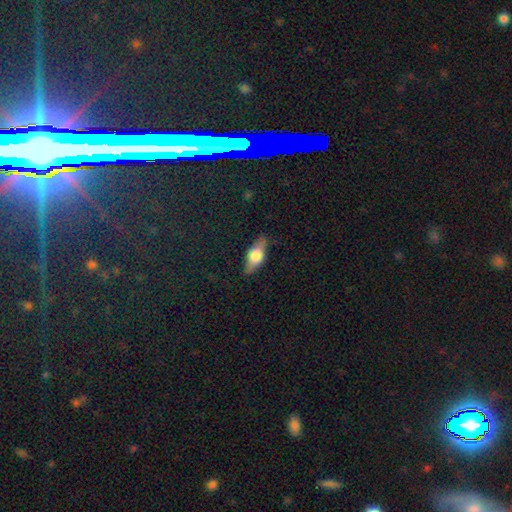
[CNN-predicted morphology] A smooth galaxy with no disk features (52%) that is in between round and cigar-shaped (75%). Merging: none (82%).